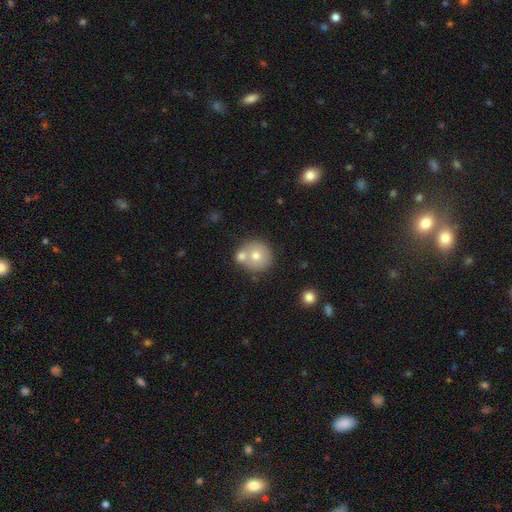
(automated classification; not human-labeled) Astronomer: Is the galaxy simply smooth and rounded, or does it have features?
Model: smooth — 69%.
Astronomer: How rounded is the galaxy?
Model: round — 92%.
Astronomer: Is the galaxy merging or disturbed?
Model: none — 52% (runner-up: merger, 37%).